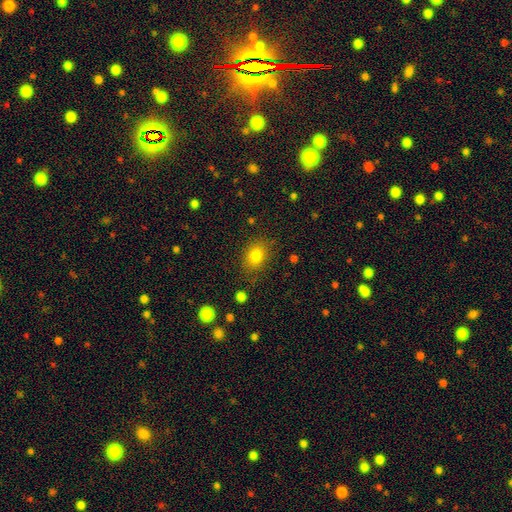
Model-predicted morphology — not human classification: Overall: smooth (80%). How rounded: in between (65%; round 34%). Merging: none (81%).